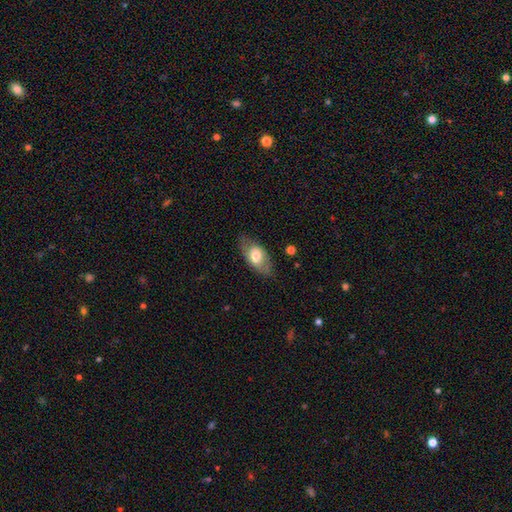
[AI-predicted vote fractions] The model was most divided on "smooth or featured": smooth: 57%, featured or disk: 36%, star or artifact: 6%. More confident: how rounded — in between (88%); merging — none (77%).